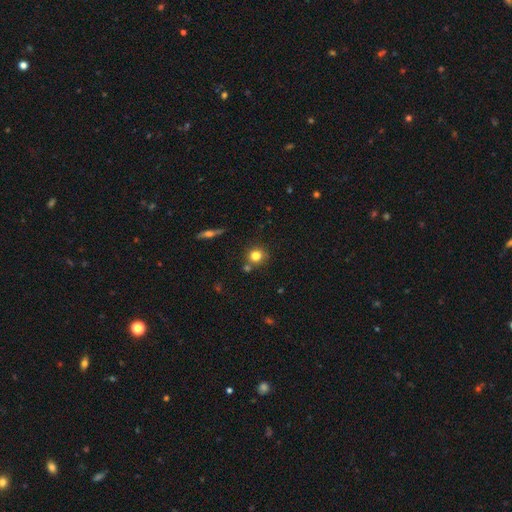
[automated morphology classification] smooth 79%, star or artifact 12%, featured or disk 10%. Down the decision tree: how rounded — round (89%); merging — none (74%).